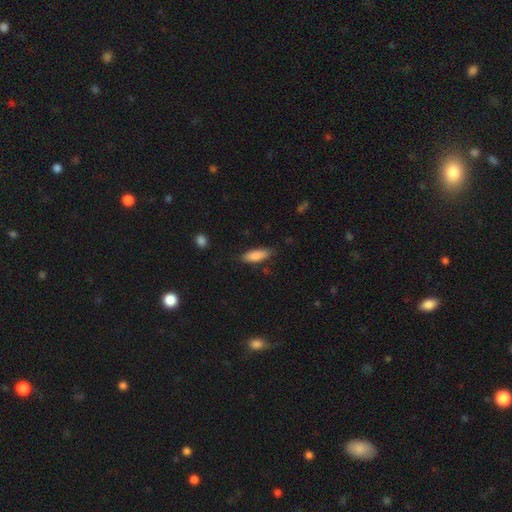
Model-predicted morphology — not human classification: Smooth or featured? Predicted: smooth (p=0.85). How rounded? Predicted: in between (p=0.63). Merging? Predicted: none (p=0.78).